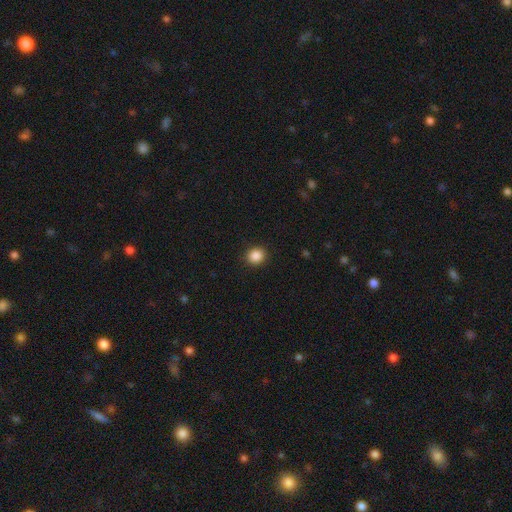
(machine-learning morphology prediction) Smooth or featured: smooth — 88% (star or artifact — 9%)
How rounded: round — 79% (in between — 20%)
Merging: none — 91% (minor disturbance — 6%)